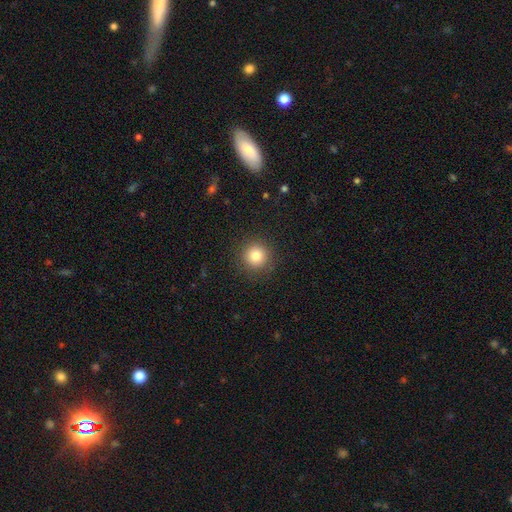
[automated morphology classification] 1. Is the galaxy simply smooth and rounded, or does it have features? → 82% smooth, 11% star or artifact, 6% featured or disk.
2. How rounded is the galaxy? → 95% round, 4% in between, 1% cigar-shaped.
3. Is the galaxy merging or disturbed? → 90% none, 6% minor disturbance, 2% major disturbance, 1% merger.